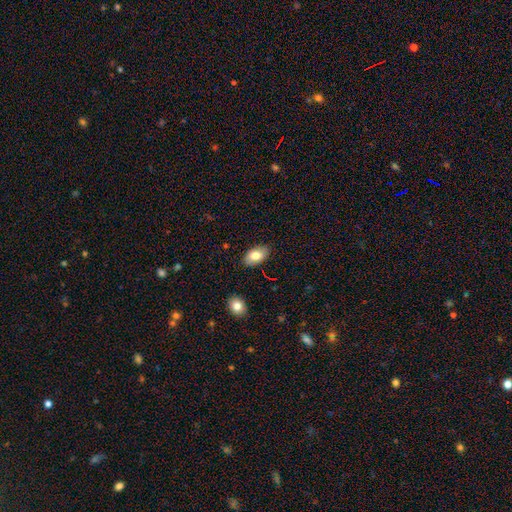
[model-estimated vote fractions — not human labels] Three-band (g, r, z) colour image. It shows a smooth galaxy with no disk features (80%) that is in between round and cigar-shaped (93%). Merging: none (85%).